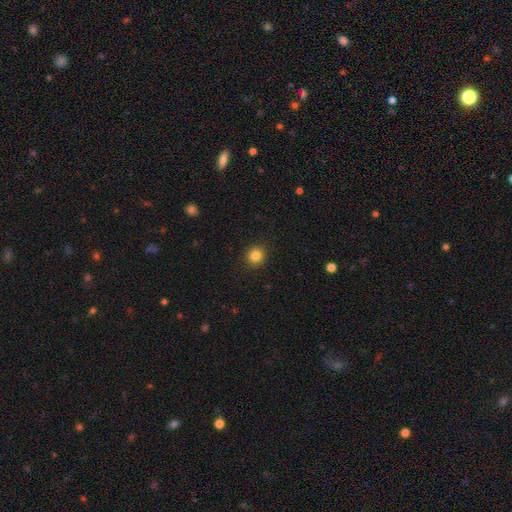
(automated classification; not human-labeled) This appears to be a smooth galaxy with no disk features (84%) that is round (91%). Merging: none (92%).